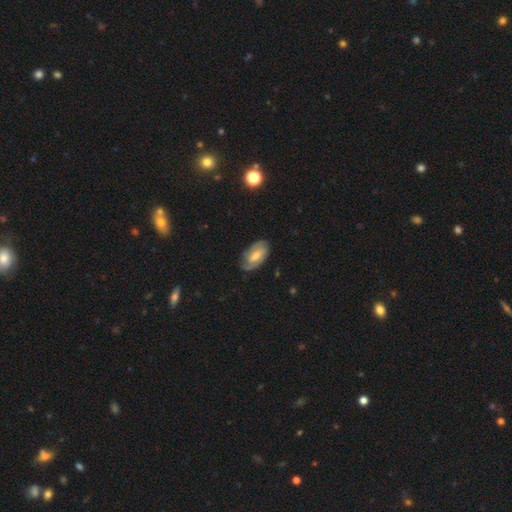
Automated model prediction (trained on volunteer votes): Smooth or featured?
  - featured or disk: 65% *
  - smooth: 27%
  - star or artifact: 7%
Edge-on disk?
  - no: 94% *
  - yes: 6%
Bar?
  - weak: 50% *
  - no: 29%
  - strong: 21%
Spiral arms?
  - yes: 87% *
  - no: 13%
Spiral winding?
  - tight: 50% *
  - medium: 37%
  - loose: 13%
Spiral arm count?
  - 2: 64% *
  - can't tell: 21%
  - 1: 9%
  - 3: 4%
  - 4: 2%
  - more than 4: 1%
Bulge size?
  - moderate: 54% *
  - small: 35%
  - large: 6%
  - none: 5%
  - dominant: 1%
Merging?
  - none: 76% *
  - minor disturbance: 18%
  - major disturbance: 5%
  - merger: 1%